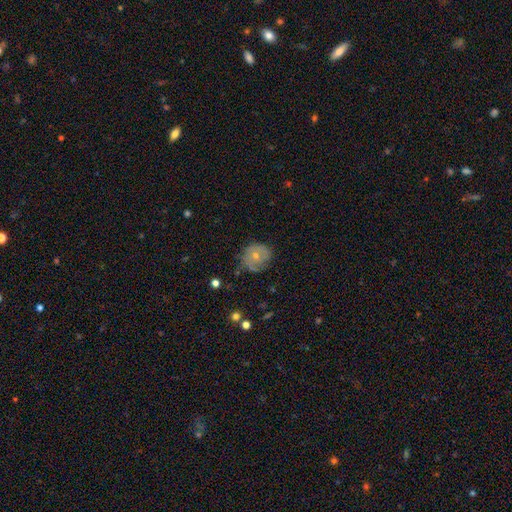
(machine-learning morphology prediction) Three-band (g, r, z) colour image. It shows a smooth galaxy with no disk features (51%) that is round (76%). Merging: none (59%).